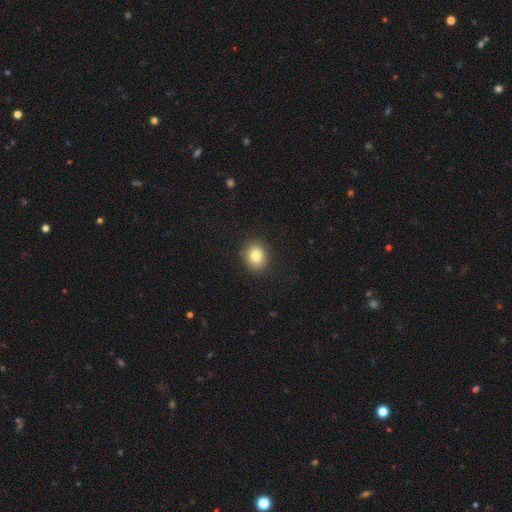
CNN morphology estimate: Smooth or featured? smooth (83%)
How rounded? round (62%)
Merging? none (90%)